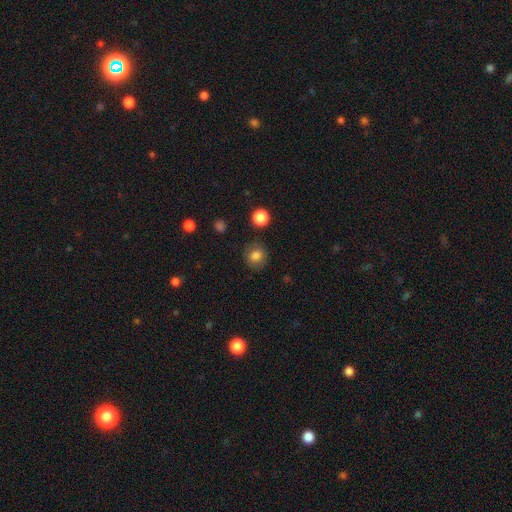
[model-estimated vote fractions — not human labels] Overall: smooth (81%). How rounded: round (84%). Merging: none (85%).